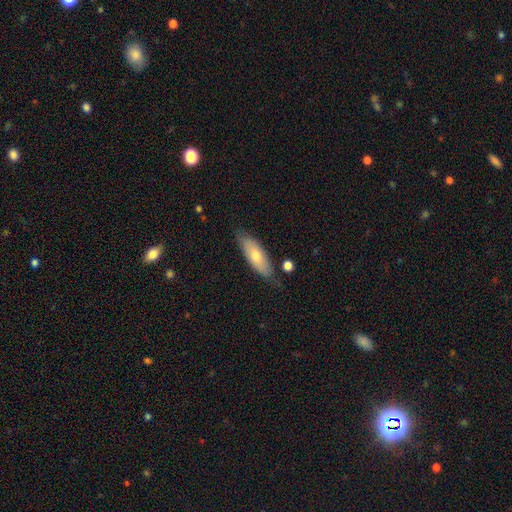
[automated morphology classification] Smooth or featured?
  - smooth: 65% *
  - featured or disk: 28%
  - star or artifact: 6%
How rounded?
  - in between: 61% *
  - cigar-shaped: 37%
  - round: 2%
Merging?
  - none: 76% *
  - minor disturbance: 18%
  - major disturbance: 3%
  - merger: 3%